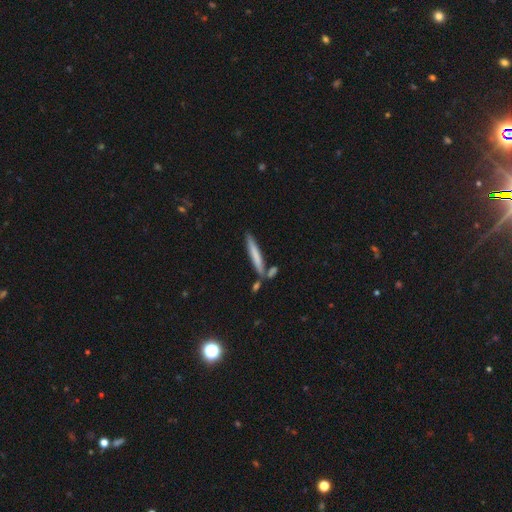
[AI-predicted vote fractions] smooth_or_featured: smooth (p=0.68) [alt: featured or disk p=0.26]
how_rounded: cigar-shaped (p=0.94) [alt: in between p=0.05]
merging: none (p=0.71) [alt: merger p=0.14]